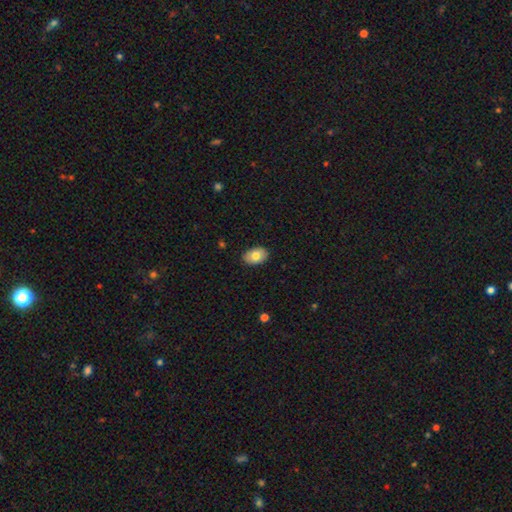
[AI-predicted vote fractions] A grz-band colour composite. It shows a smooth galaxy with no disk features (78%) that is in between round and cigar-shaped (88%). Merging: none (88%).